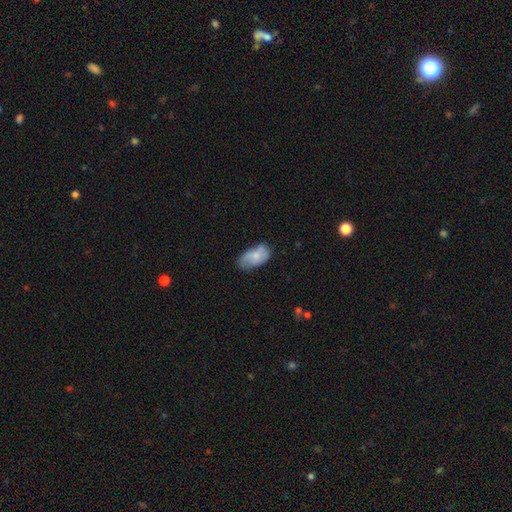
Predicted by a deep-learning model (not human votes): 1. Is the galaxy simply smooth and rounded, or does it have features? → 72% smooth, 21% featured or disk, 7% star or artifact.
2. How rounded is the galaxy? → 94% in between, 4% round, 2% cigar-shaped.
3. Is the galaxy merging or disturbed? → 54% none, 34% minor disturbance, 8% major disturbance, 4% merger.